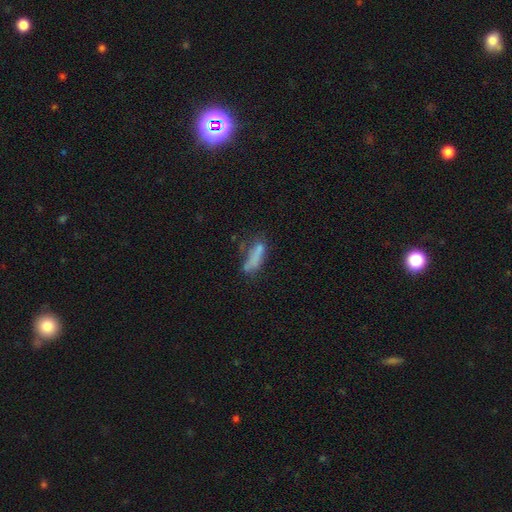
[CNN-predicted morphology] This is likely a smooth galaxy (66%). How rounded: possibly cigar-shaped (55%). Merging: marginally none (39%).